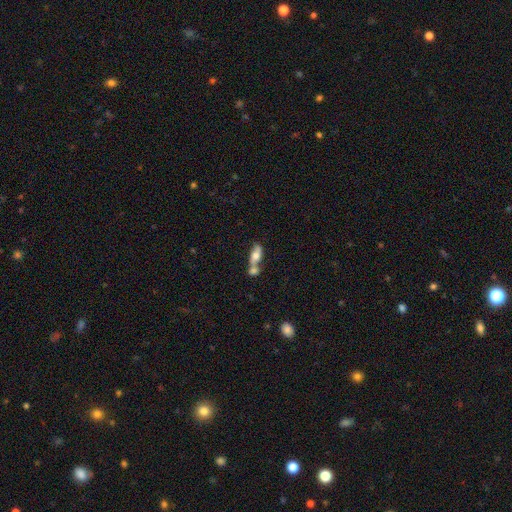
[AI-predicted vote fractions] smooth_or_featured: smooth (p=0.56) [alt: featured or disk p=0.35]
how_rounded: in between (p=0.74) [alt: cigar-shaped p=0.19]
merging: merger (p=0.60) [alt: none p=0.26]